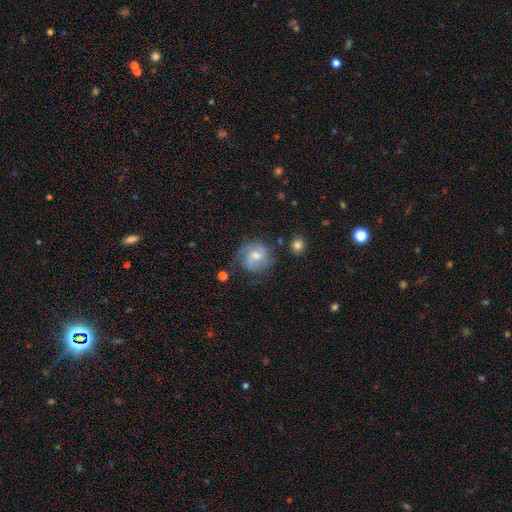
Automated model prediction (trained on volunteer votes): A featured or disk galaxy (54%) with no bar (54%), spiral arms (82%) and a moderate central bulge (65%).

Vote fractions:
- Smooth or featured? featured or disk: 54% / smooth: 38% / star or artifact: 9%
- Edge-on disk? no: 97% / yes: 3%
- Bar? no: 54% / weak: 39% / strong: 7%
- Spiral arms? yes: 82% / no: 18%
- Bulge size? moderate: 65% / small: 25% / large: 6% / none: 3% / dominant: 1%
- Merging? none: 68% / minor disturbance: 20% / major disturbance: 9% / merger: 3%